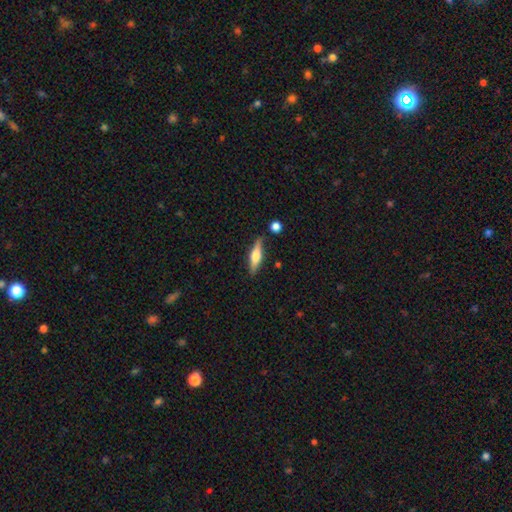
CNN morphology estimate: This is possibly a featured or disk galaxy (48%). Merging: likely none (79%).